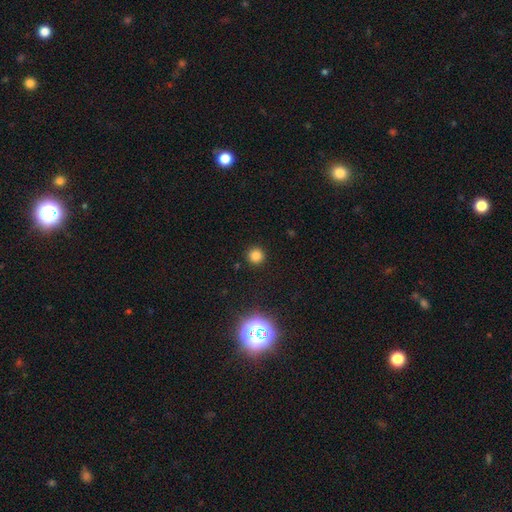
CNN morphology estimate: A smooth galaxy with no disk features (80%) that is round (95%).

Vote fractions:
- Smooth or featured? smooth: 80% / star or artifact: 16% / featured or disk: 4%
- How rounded? round: 95% / in between: 4% / cigar-shaped: 1%
- Merging? none: 92% / minor disturbance: 5% / major disturbance: 2% / merger: 1%